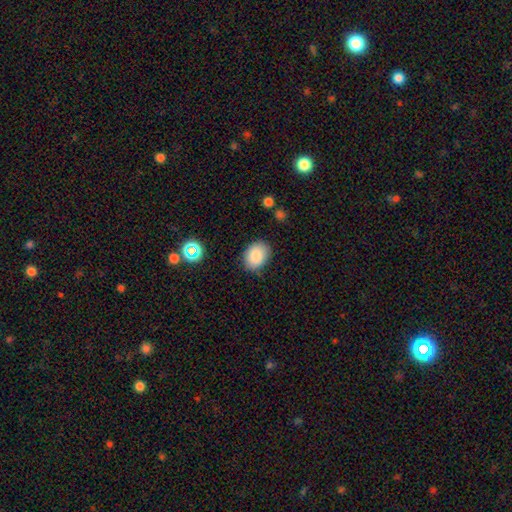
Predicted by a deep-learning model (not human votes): This is clearly a smooth galaxy (86%). How rounded: likely in between (62%). Merging: likely none (80%).